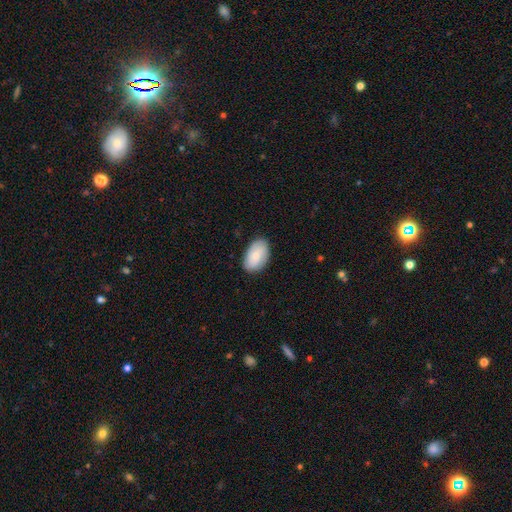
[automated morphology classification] Overall: smooth (73%). How rounded: in between (93%). Merging: none (85%).